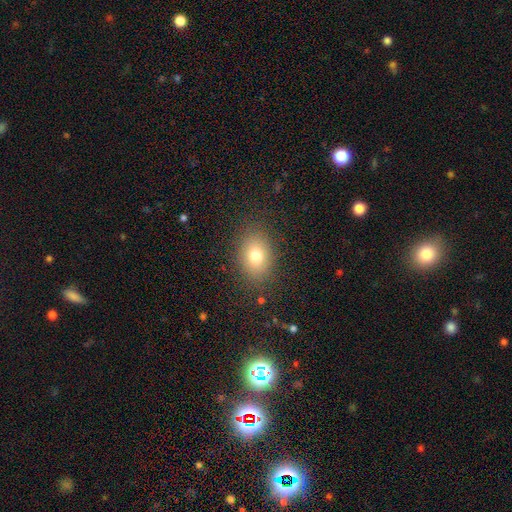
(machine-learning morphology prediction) smooth-or-featured: smooth: 76% | star or artifact: 12% | featured or disk: 12%
  how-rounded: in between: 66% | round: 33% | cigar-shaped: 1%
  merging: none: 85% | minor disturbance: 10% | major disturbance: 4% | merger: 1%